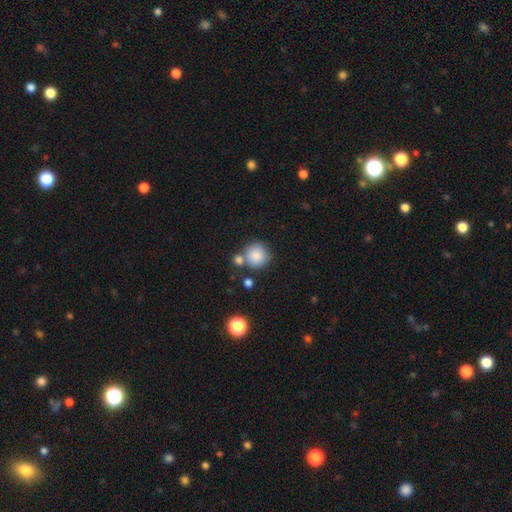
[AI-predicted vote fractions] Smooth or featured: smooth — 85% (star or artifact — 9%)
How rounded: round — 92% (in between — 7%)
Merging: none — 64% (merger — 21%)